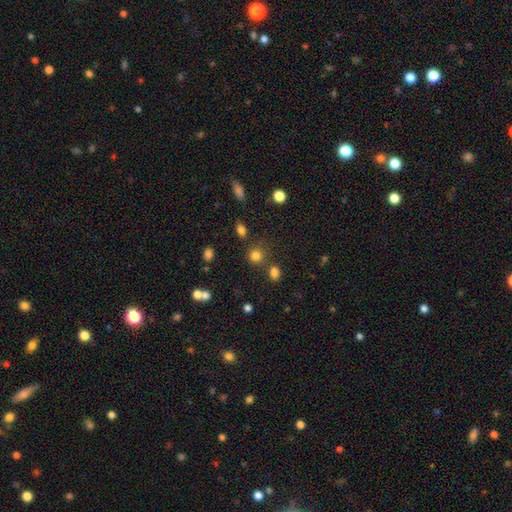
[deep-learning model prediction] A smooth galaxy with no disk features (79%) that is round (85%).

Vote fractions:
- Smooth or featured? smooth: 79% / star or artifact: 15% / featured or disk: 6%
- How rounded? round: 85% / in between: 14% / cigar-shaped: 1%
- Merging? none: 74% / merger: 11% / minor disturbance: 11% / major disturbance: 5%